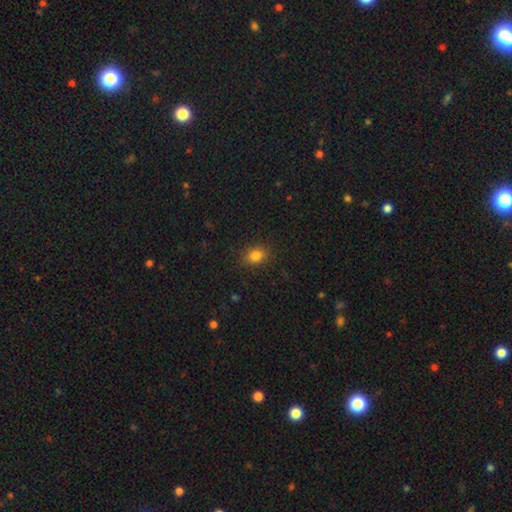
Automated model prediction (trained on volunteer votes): Smooth or featured?
  - smooth: 83% *
  - star or artifact: 11%
  - featured or disk: 6%
How rounded?
  - in between: 68% *
  - round: 31%
  - cigar-shaped: 2%
Merging?
  - none: 86% *
  - minor disturbance: 10%
  - major disturbance: 3%
  - merger: 1%